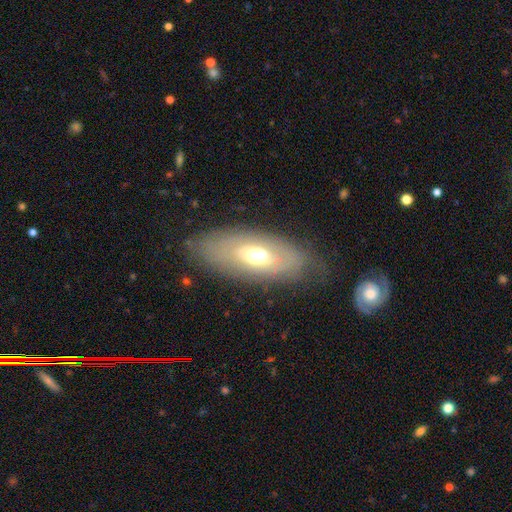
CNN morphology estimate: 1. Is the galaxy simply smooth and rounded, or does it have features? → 51% featured or disk, 40% smooth, 9% star or artifact.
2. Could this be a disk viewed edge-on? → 77% no, 23% yes.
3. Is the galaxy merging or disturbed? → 71% none, 17% minor disturbance, 8% major disturbance, 4% merger.